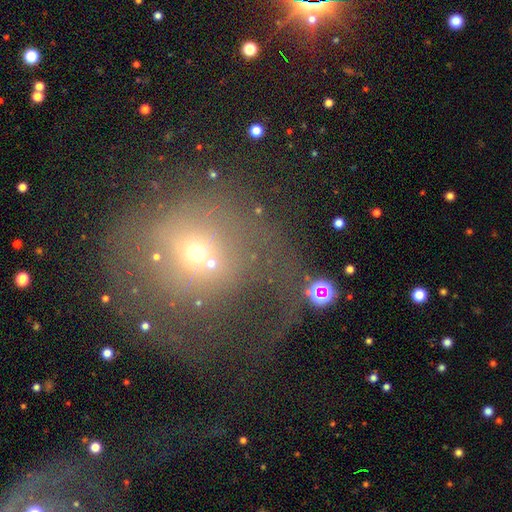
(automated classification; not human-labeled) A smooth galaxy with no disk features (45%).

Vote fractions:
- Smooth or featured? smooth: 45% / featured or disk: 27% / star or artifact: 27%
- Merging? major disturbance: 41% / none: 34% / minor disturbance: 16% / merger: 9%